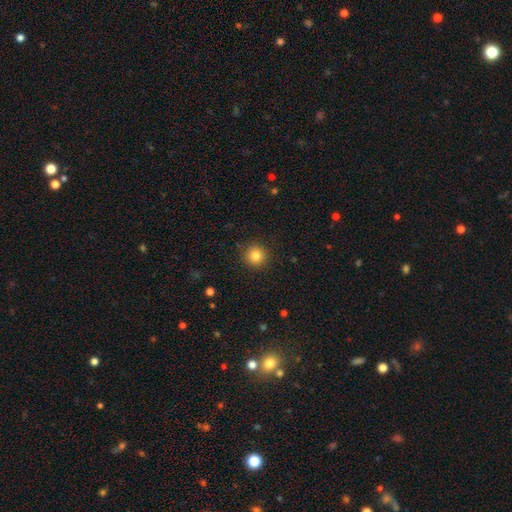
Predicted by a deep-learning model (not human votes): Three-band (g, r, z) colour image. It shows a smooth galaxy with no disk features (83%) that is round (94%). Merging: none (91%).